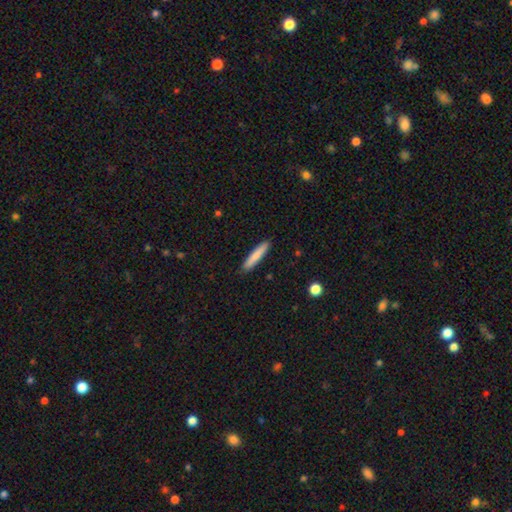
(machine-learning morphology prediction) A smooth galaxy with no disk features (81%) that is cigar-shaped (91%). Merging: none (90%).